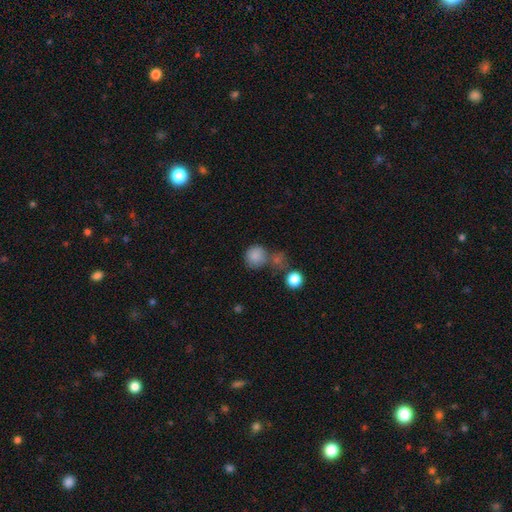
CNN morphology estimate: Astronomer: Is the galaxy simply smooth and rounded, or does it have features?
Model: smooth — 83%.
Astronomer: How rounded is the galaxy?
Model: round — 87%.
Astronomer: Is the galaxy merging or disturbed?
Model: none — 55%.